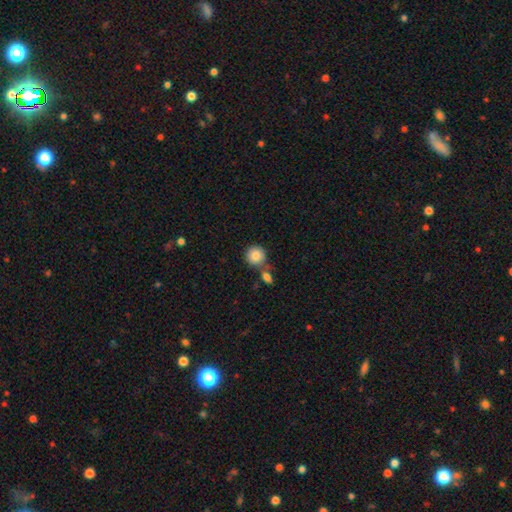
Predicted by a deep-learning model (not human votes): Overall: smooth (86%). How rounded: round (91%). Merging: none (62%; merger 25%).